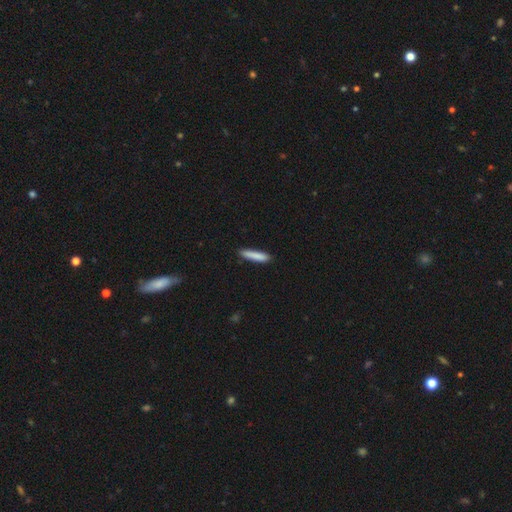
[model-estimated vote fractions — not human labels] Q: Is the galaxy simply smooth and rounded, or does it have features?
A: smooth — 86%.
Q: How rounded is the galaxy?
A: cigar-shaped — 89%.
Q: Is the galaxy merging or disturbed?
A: none — 88%.